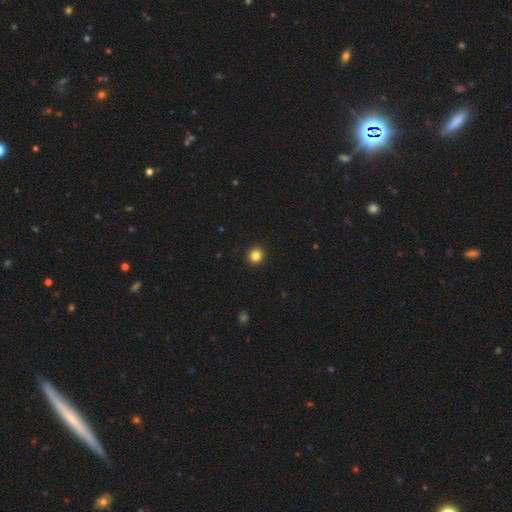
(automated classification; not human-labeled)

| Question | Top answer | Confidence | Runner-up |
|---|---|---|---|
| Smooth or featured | smooth | 84% | star or artifact (11%) |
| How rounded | round | 88% | in between (12%) |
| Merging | none | 93% | minor disturbance (5%) |